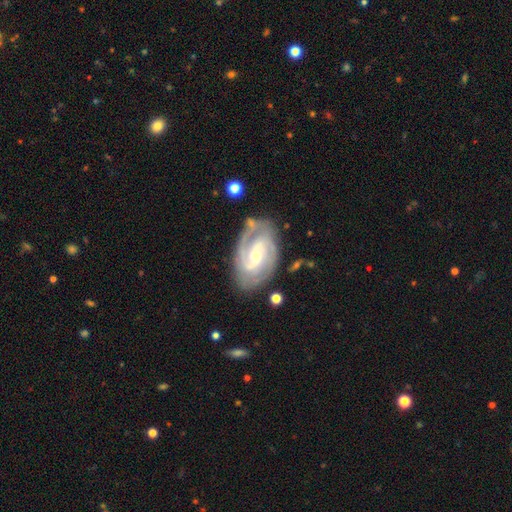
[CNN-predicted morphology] Smooth or featured? featured or disk (88%)
Edge-on disk? no (97%)
Bar? weak (44%)
Spiral arms? yes (97%)
Spiral winding? tight (50%)
Spiral arm count? 2 (63%)
Bulge size? small (62%)
Merging? none (74%)